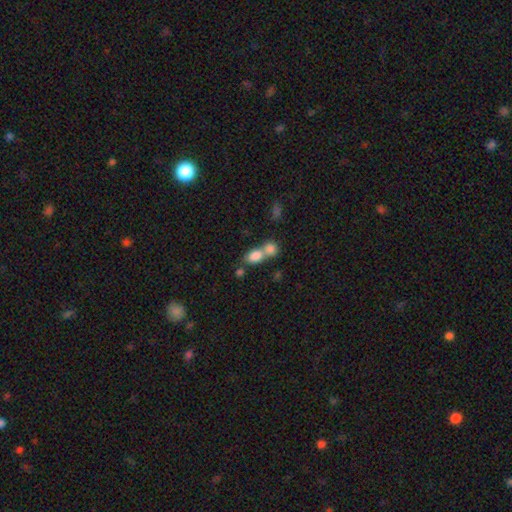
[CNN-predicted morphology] Smooth or featured: smooth — 81% (featured or disk — 10%)
How rounded: in between — 75% (round — 22%)
Merging: merger — 62% (none — 28%)